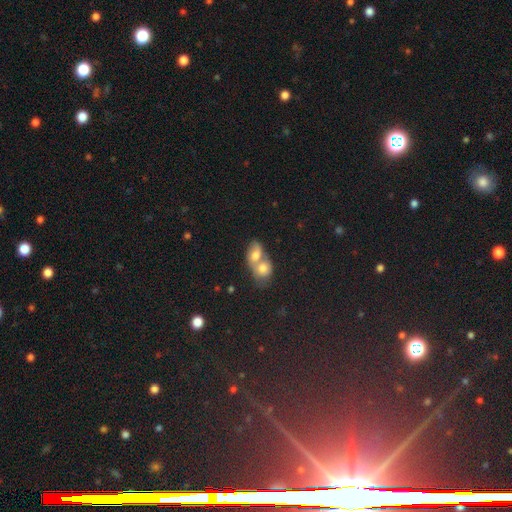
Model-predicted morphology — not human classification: Overall: smooth (67%). How rounded: in between (67%; round 30%). Merging: merger (79%).